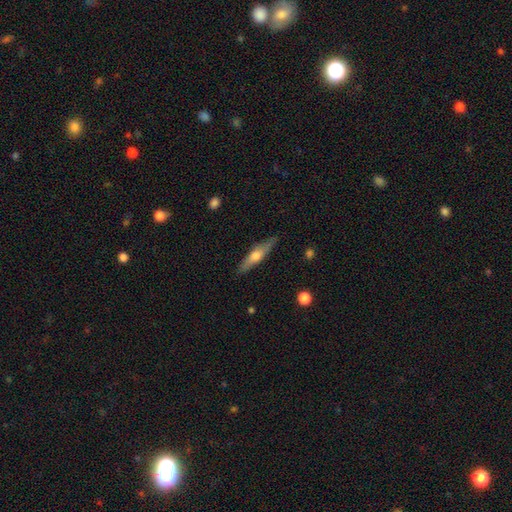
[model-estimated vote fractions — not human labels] featured or disk 54%, smooth 41%, star or artifact 6%. Down the decision tree: edge-on disk — yes (92%); merging — none (87%).